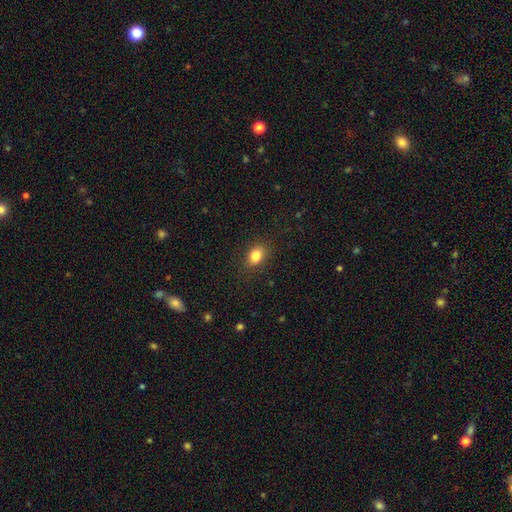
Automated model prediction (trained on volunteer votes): smooth-or-featured: smooth: 84% | star or artifact: 10% | featured or disk: 6%
  how-rounded: in between: 73% | round: 26% | cigar-shaped: 2%
  merging: none: 85% | minor disturbance: 11% | major disturbance: 3% | merger: 1%